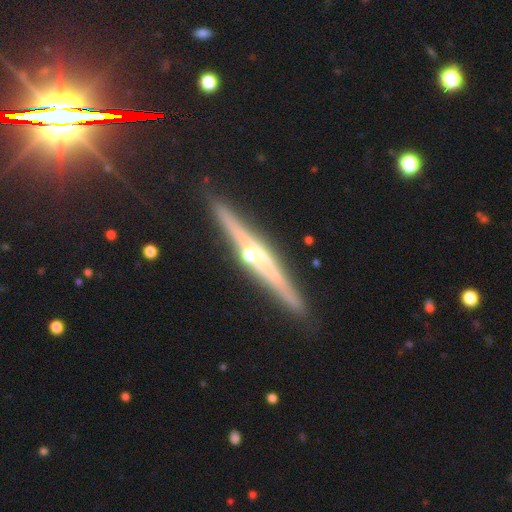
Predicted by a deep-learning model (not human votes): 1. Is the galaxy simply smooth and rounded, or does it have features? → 77% featured or disk, 16% smooth, 8% star or artifact.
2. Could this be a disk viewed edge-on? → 97% yes, 3% no.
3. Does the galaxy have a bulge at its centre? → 77% rounded, 17% none, 7% boxy.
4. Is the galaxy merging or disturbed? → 87% none, 8% minor disturbance, 4% merger, 2% major disturbance.